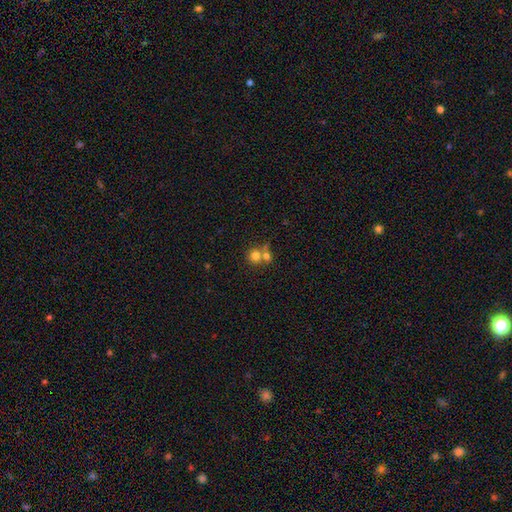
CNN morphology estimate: Smooth or featured? Predicted: smooth (p=0.76). How rounded? Predicted: round (p=0.84). Merging? Predicted: merger (p=0.52).